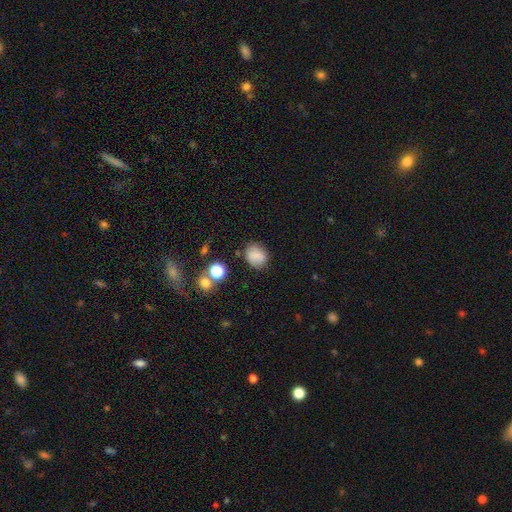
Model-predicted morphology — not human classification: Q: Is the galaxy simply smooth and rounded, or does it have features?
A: smooth — 78%.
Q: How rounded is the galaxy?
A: round — 52%.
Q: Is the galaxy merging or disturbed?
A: none — 75%.